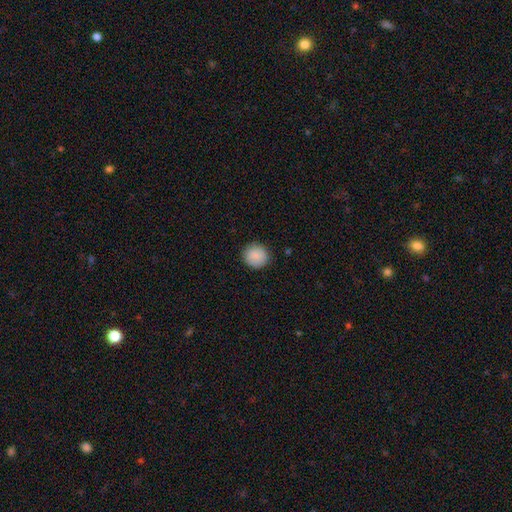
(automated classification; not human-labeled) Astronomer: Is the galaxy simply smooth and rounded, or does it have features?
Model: smooth — 89%.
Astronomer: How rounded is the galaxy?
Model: round — 91%.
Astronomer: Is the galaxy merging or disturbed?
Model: none — 90%.